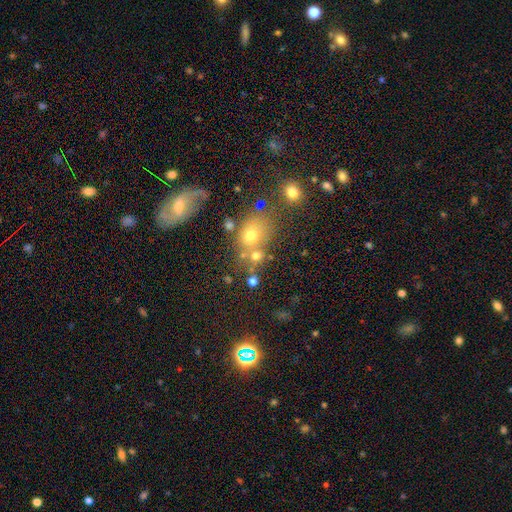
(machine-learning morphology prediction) The model was most divided on "merging": none: 49%, merger: 32%, minor disturbance: 12%, major disturbance: 7%. More confident: smooth or featured — smooth (65%); how rounded — round (63%).